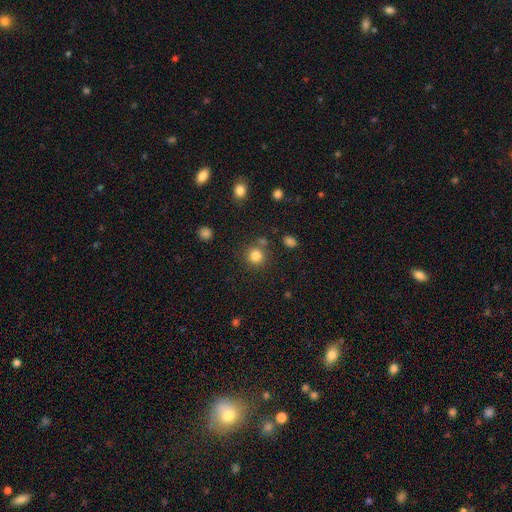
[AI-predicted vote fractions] Q: Smooth or featured?
A: smooth (82%); runner-up: star or artifact (13%)
Q: How rounded?
A: round (91%); runner-up: in between (8%)
Q: Merging?
A: none (78%); runner-up: merger (9%)